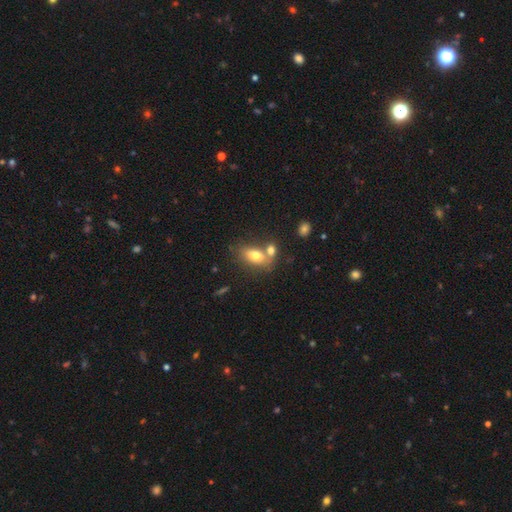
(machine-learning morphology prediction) A smooth galaxy with no disk features (72%) that is in between round and cigar-shaped (84%).

Vote fractions:
- Smooth or featured? smooth: 72% / featured or disk: 19% / star or artifact: 8%
- How rounded? in between: 84% / cigar-shaped: 9% / round: 8%
- Merging? none: 43% / merger: 40% / minor disturbance: 12% / major disturbance: 5%